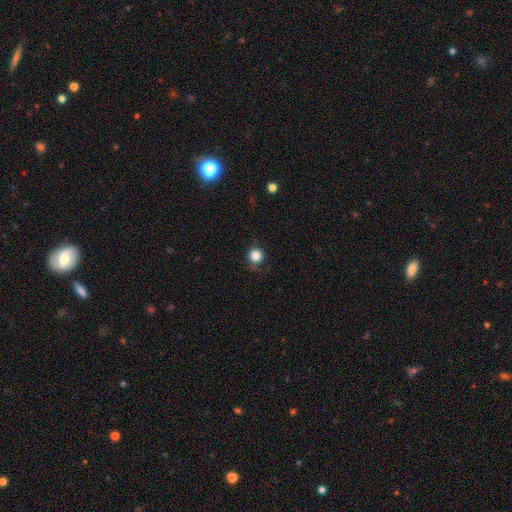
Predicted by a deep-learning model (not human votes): A smooth galaxy with no disk features (84%) that is round (94%).

Vote fractions:
- Smooth or featured? smooth: 84% / star or artifact: 11% / featured or disk: 5%
- How rounded? round: 94% / in between: 5% / cigar-shaped: 1%
- Merging? none: 81% / minor disturbance: 14% / major disturbance: 4% / merger: 1%